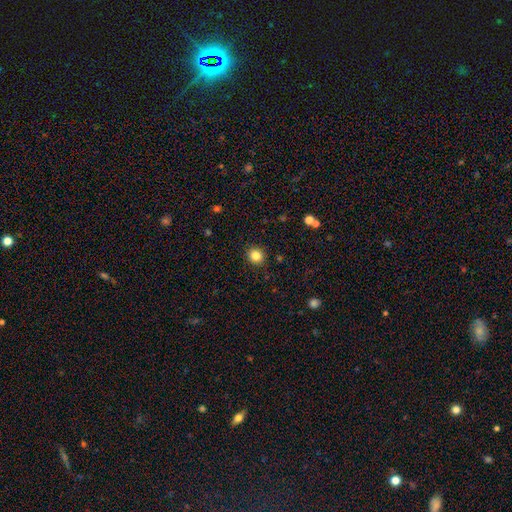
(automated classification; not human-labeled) Smooth or featured: smooth — 83% (star or artifact — 12%)
How rounded: round — 87% (in between — 13%)
Merging: none — 91% (minor disturbance — 6%)